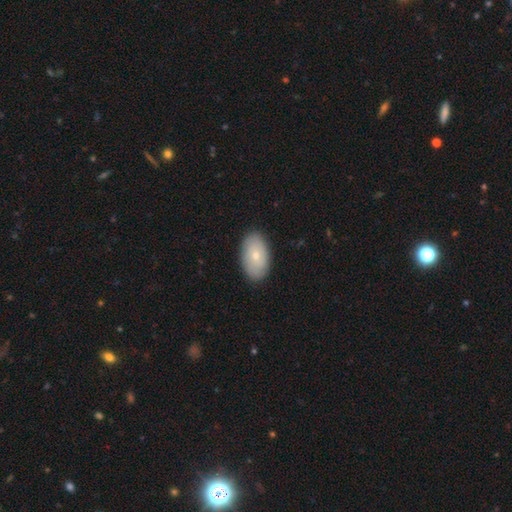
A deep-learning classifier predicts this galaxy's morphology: This is likely a smooth galaxy (68%). How rounded: clearly in between (93%). Merging: clearly none (87%).